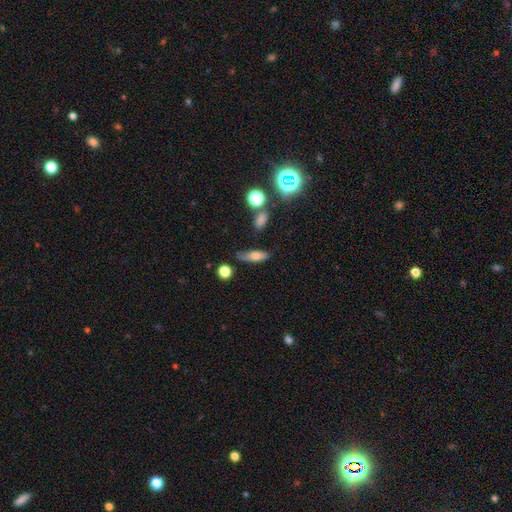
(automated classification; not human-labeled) Morphology: type=smooth (65%); roundness=in between (57%); merging=none (68%).